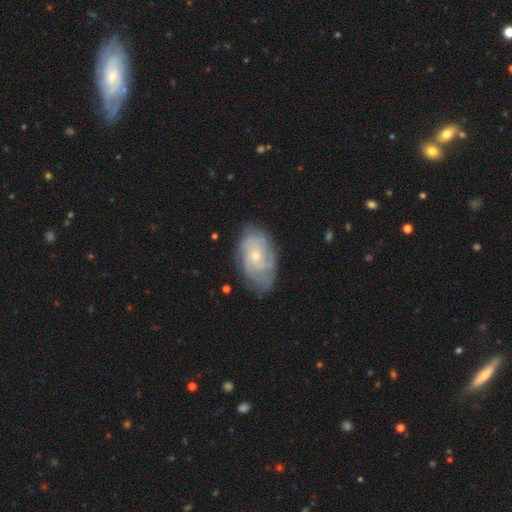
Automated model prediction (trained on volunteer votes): Smooth or featured? Predicted: featured or disk (p=0.77). Edge-on disk? Predicted: no (p=0.96). Bar? Predicted: no (p=0.76). Spiral arms? Predicted: yes (p=0.92). Spiral winding? Predicted: tight (p=0.63). Spiral arm count? Predicted: can't tell (p=0.43). Bulge size? Predicted: small (p=0.66). Merging? Predicted: none (p=0.76).